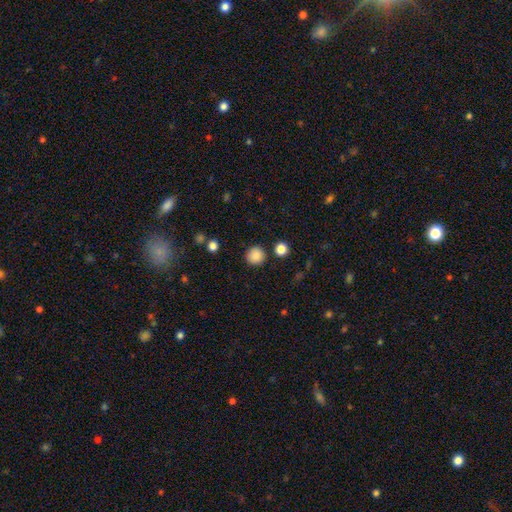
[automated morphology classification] Smooth or featured? smooth (86%)
How rounded? round (94%)
Merging? none (88%)